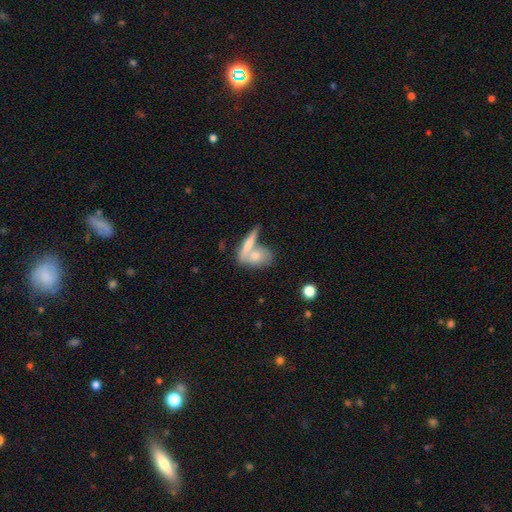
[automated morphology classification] The model was most divided on "merging": merger: 48%, none: 37%, minor disturbance: 11%, major disturbance: 5%. More confident: smooth or featured — smooth (64%); how rounded — in between (60%).